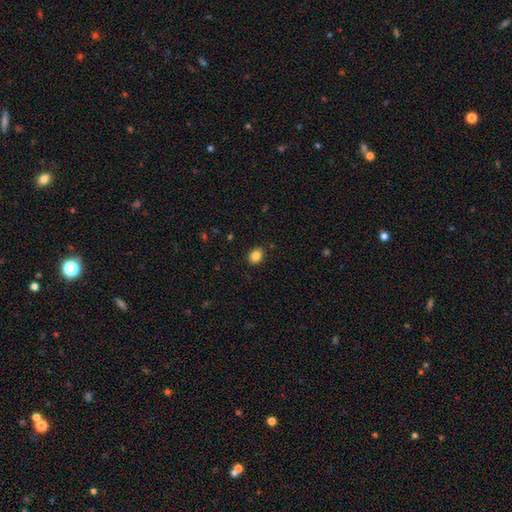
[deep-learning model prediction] smooth_or_featured: smooth (p=0.86) [alt: star or artifact p=0.10]
how_rounded: in between (p=0.58) [alt: round p=0.41]
merging: none (p=0.89) [alt: minor disturbance p=0.08]